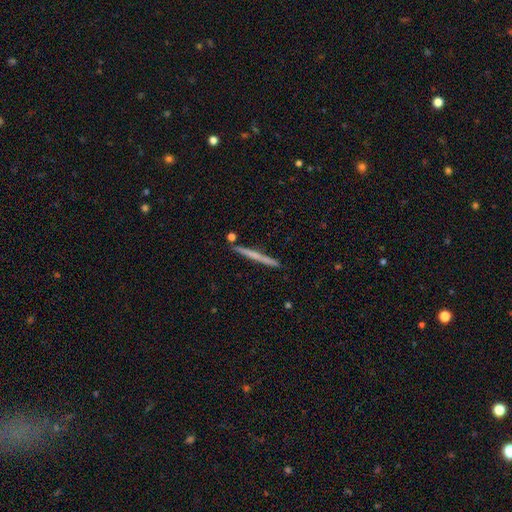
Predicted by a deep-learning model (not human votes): This appears to be a featured or disk galaxy (50%). Merging: none (89%).